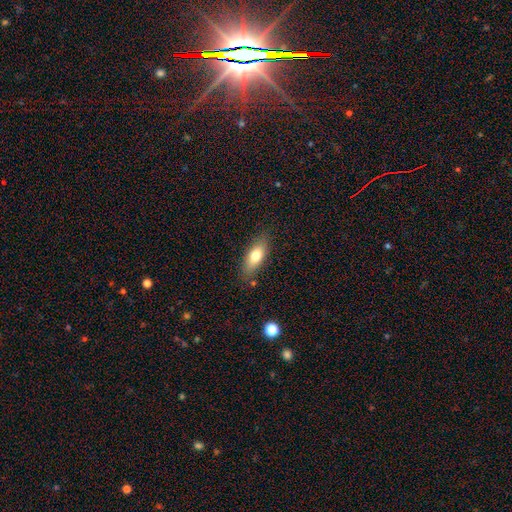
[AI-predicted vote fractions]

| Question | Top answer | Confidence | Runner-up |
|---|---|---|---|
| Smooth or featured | smooth | 72% | featured or disk (21%) |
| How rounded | in between | 72% | cigar-shaped (24%) |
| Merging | none | 81% | minor disturbance (14%) |